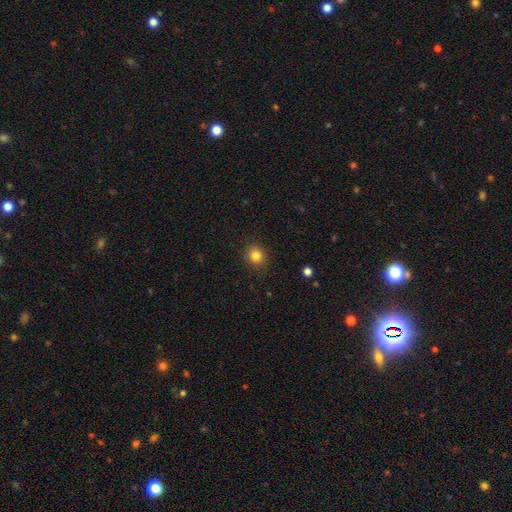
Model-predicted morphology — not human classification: A smooth galaxy with no disk features (83%) that is round (82%).

Vote fractions:
- Smooth or featured? smooth: 83% / star or artifact: 11% / featured or disk: 6%
- How rounded? round: 82% / in between: 17% / cigar-shaped: 1%
- Merging? none: 90% / minor disturbance: 7% / major disturbance: 2% / merger: 1%